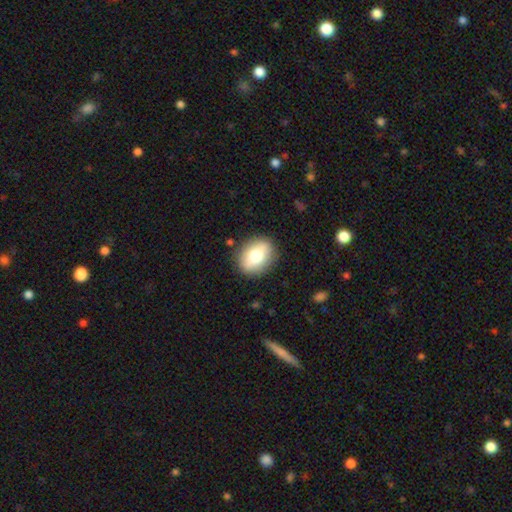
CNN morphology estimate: A smooth galaxy with no disk features (73%) that is in between round and cigar-shaped (58%). Merging: none (86%).